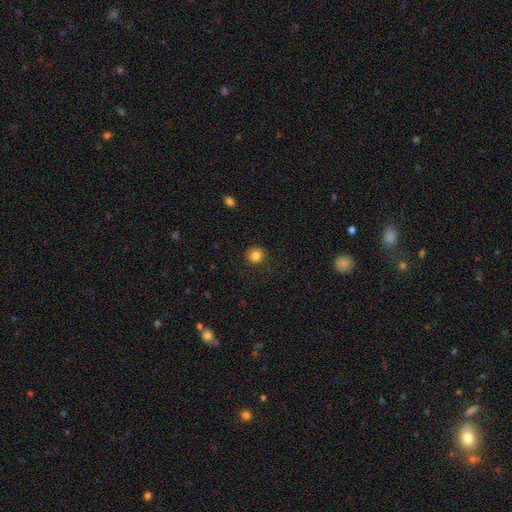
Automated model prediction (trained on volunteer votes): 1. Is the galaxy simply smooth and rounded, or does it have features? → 84% smooth, 11% star or artifact, 5% featured or disk.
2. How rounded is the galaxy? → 90% round, 9% in between, 1% cigar-shaped.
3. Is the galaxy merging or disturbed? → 86% none, 10% minor disturbance, 3% major disturbance, 1% merger.